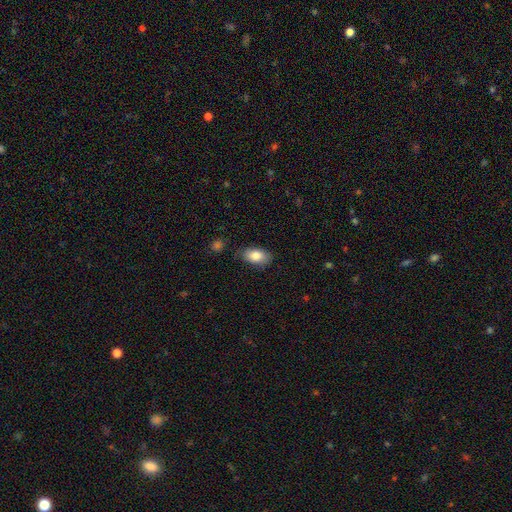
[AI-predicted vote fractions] This is clearly a smooth galaxy (83%). How rounded: clearly in between (92%). Merging: likely none (80%).